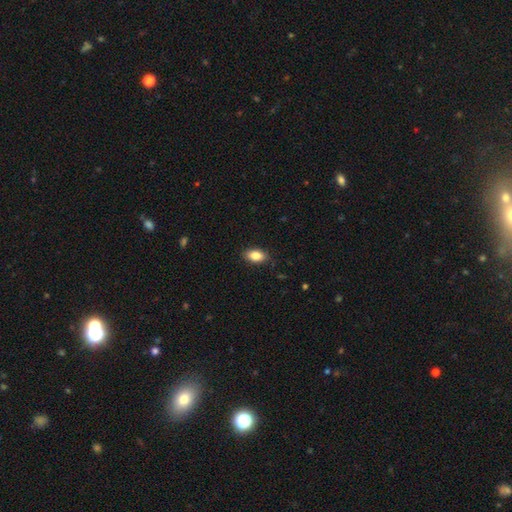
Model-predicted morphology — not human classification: type=smooth (86%); roundness=in between (91%); merging=none (87%).